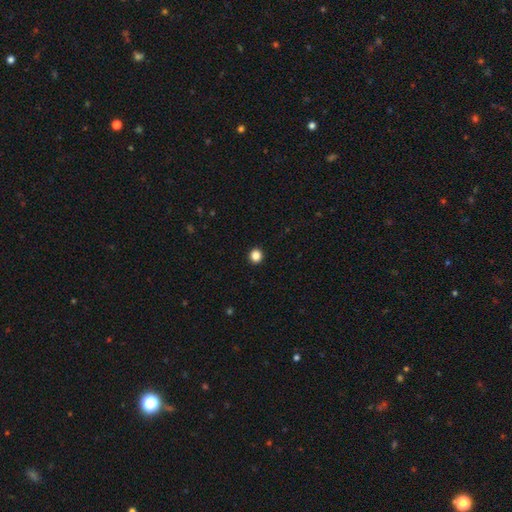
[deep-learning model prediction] A smooth galaxy with no disk features (86%) that is round (91%). Merging: none (94%).